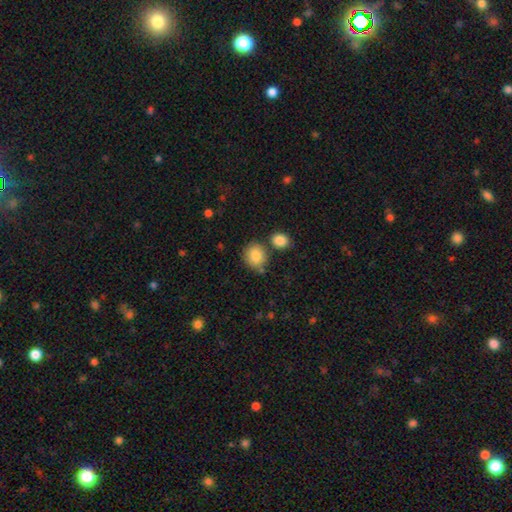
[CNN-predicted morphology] This appears to be a smooth galaxy with no disk features (86%) that is round (75%). Merging: none (71%).